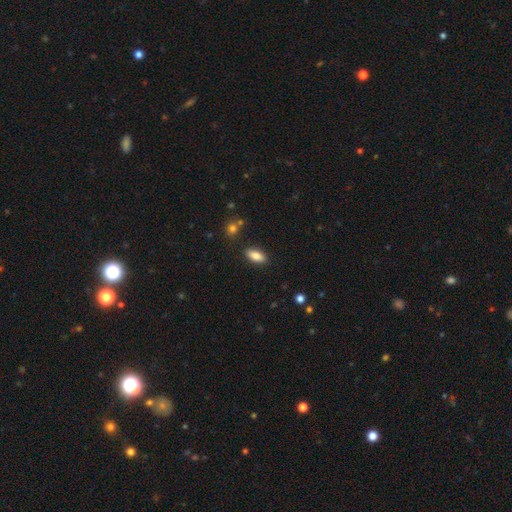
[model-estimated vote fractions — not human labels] Smooth or featured? smooth (84%)
How rounded? in between (83%)
Merging? none (87%)